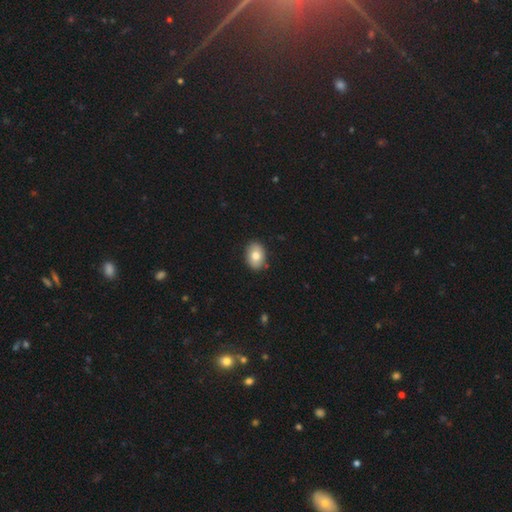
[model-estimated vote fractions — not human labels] A smooth galaxy with no disk features (79%) that is in between round and cigar-shaped (76%).

Vote fractions:
- Smooth or featured? smooth: 79% / featured or disk: 13% / star or artifact: 7%
- How rounded? in between: 76% / round: 23% / cigar-shaped: 1%
- Merging? none: 88% / minor disturbance: 9% / major disturbance: 2% / merger: 1%